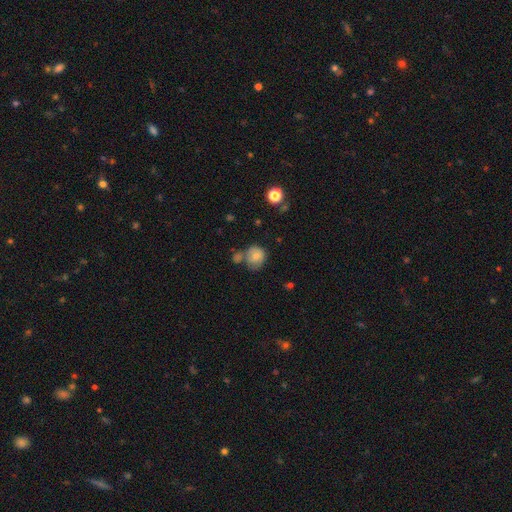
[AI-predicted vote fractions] smooth 74%, featured or disk 17%, star or artifact 10%. Down the decision tree: how rounded — round (76%); merging — none (46%).